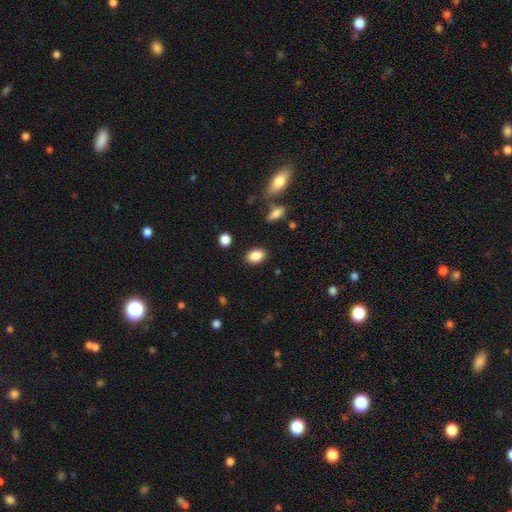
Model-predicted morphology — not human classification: type=smooth (87%); roundness=in between (81%); merging=none (86%).